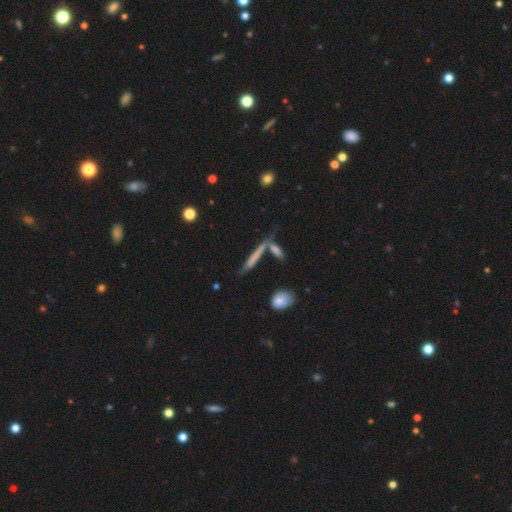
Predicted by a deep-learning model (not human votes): Smooth or featured: smooth — 50% (featured or disk — 40%)
Merging: none — 60% (merger — 22%)